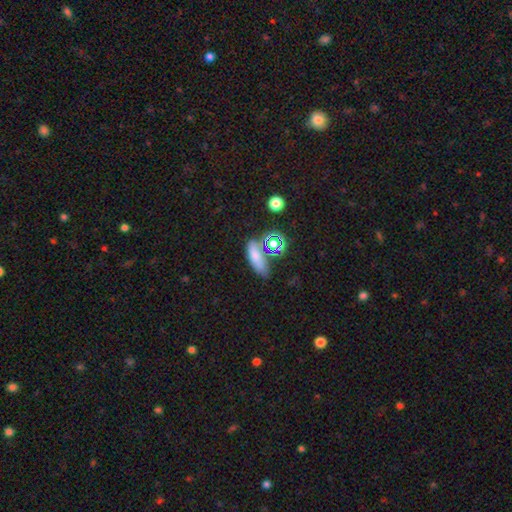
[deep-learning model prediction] A smooth galaxy with no disk features (70%) that is in between round and cigar-shaped (59%).

Vote fractions:
- Smooth or featured? smooth: 70% / star or artifact: 17% / featured or disk: 13%
- How rounded? in between: 59% / cigar-shaped: 31% / round: 10%
- Merging? none: 66% / minor disturbance: 17% / merger: 11% / major disturbance: 6%